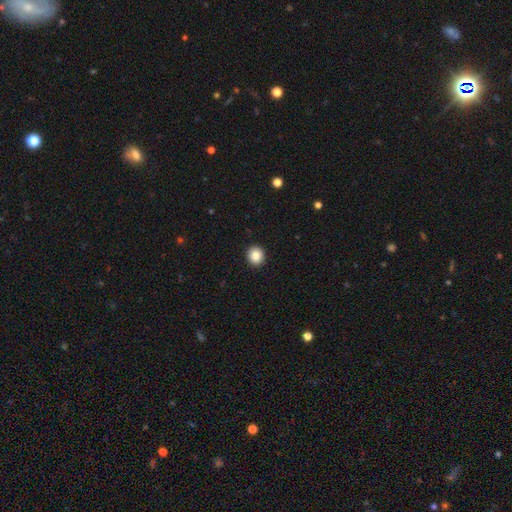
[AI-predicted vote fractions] Smooth or featured? smooth (87%)
How rounded? round (85%)
Merging? none (93%)